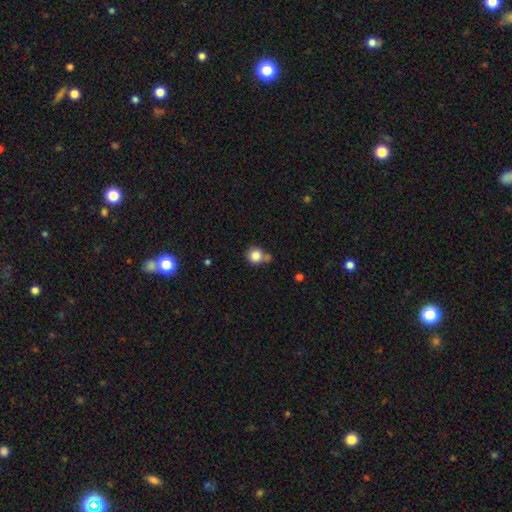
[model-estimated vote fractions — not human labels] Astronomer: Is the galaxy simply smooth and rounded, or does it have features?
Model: smooth — 85%.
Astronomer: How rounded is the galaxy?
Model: round — 87%.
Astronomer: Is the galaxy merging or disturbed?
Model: none — 52%.